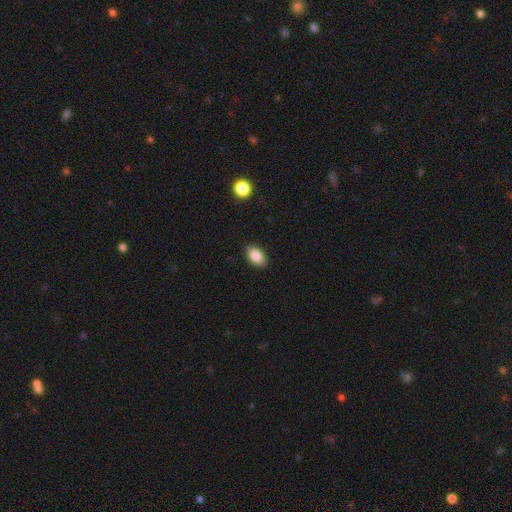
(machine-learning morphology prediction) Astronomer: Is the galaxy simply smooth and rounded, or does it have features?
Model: smooth — 86%.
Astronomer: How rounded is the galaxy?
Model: in between — 89%.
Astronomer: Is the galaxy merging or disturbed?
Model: none — 88%.